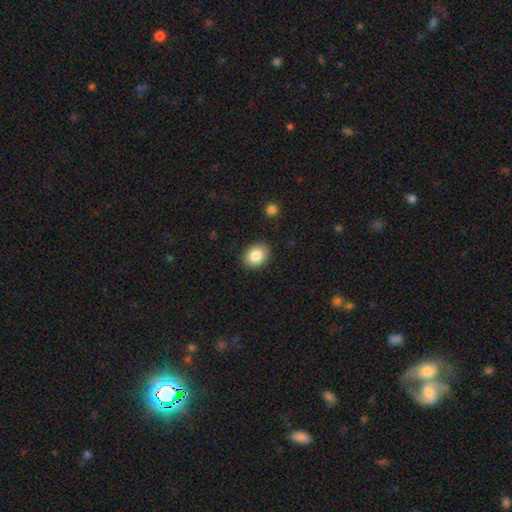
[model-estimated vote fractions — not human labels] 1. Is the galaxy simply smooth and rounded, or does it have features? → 85% smooth, 8% star or artifact, 6% featured or disk.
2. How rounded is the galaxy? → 58% in between, 41% round, 1% cigar-shaped.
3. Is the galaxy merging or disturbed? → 88% none, 8% minor disturbance, 2% major disturbance, 1% merger.